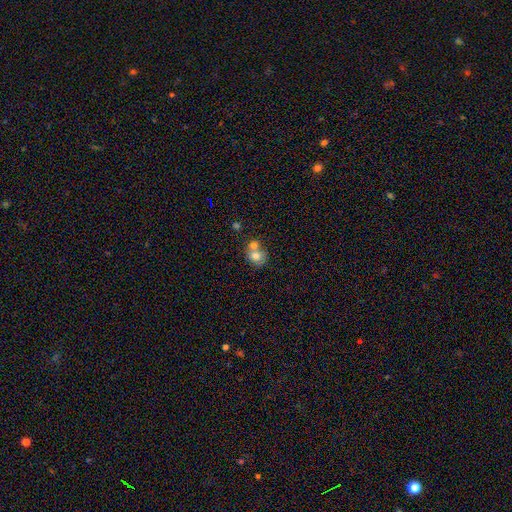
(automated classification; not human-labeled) Q: Smooth or featured?
A: smooth (73%); runner-up: featured or disk (18%)
Q: How rounded?
A: round (73%); runner-up: in between (26%)
Q: Merging?
A: merger (57%); runner-up: none (32%)